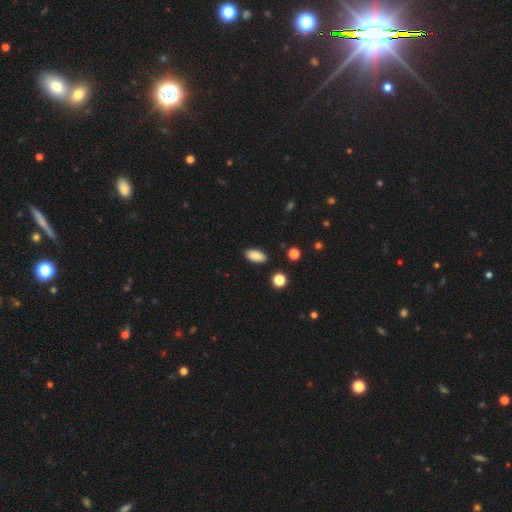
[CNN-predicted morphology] Q: Smooth or featured?
A: smooth (86%); runner-up: star or artifact (8%)
Q: How rounded?
A: in between (92%); runner-up: cigar-shaped (5%)
Q: Merging?
A: none (88%); runner-up: minor disturbance (9%)